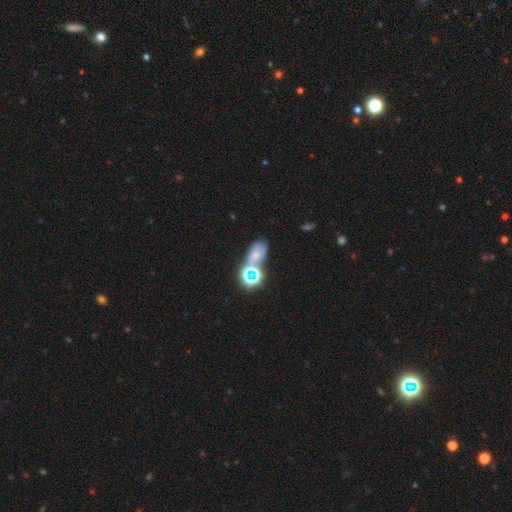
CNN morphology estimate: This is possibly a smooth galaxy (48%). Merging: marginally none (38%).